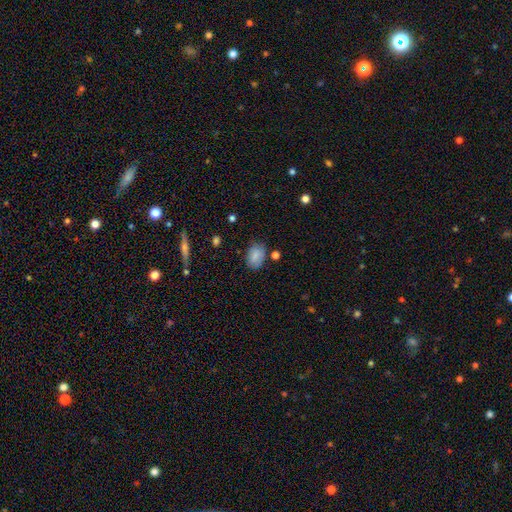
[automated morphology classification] type=smooth (80%); roundness=in between (82%); merging=none (72%).